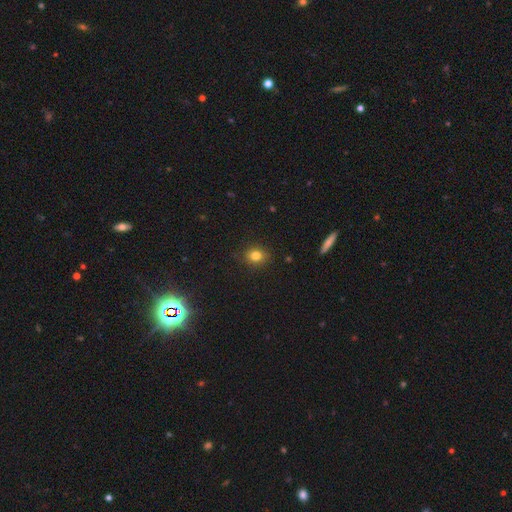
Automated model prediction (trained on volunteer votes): Smooth or featured: smooth — 81% (star or artifact — 13%)
How rounded: round — 61% (in between — 38%)
Merging: none — 87% (minor disturbance — 9%)